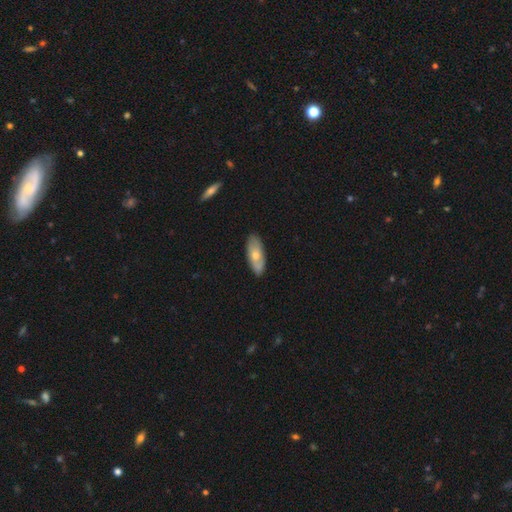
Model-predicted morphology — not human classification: smooth-or-featured: smooth: 57% | featured or disk: 38% | star or artifact: 6%
  how-rounded: in between: 83% | cigar-shaped: 15% | round: 3%
  merging: none: 82% | minor disturbance: 14% | major disturbance: 2% | merger: 2%